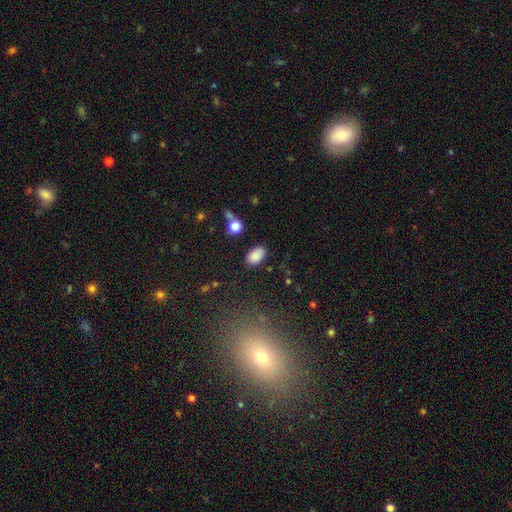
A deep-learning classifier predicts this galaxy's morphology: A smooth galaxy with no disk features (85%) that is in between round and cigar-shaped (90%).

Vote fractions:
- Smooth or featured? smooth: 85% / star or artifact: 9% / featured or disk: 6%
- How rounded? in between: 90% / round: 9% / cigar-shaped: 1%
- Merging? none: 80% / minor disturbance: 13% / merger: 4% / major disturbance: 3%